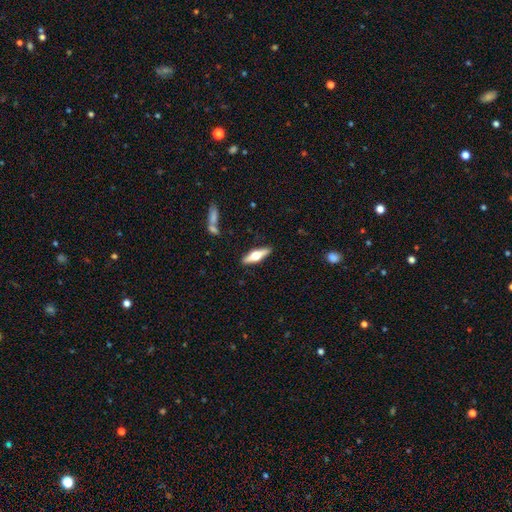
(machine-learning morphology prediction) A featured or disk galaxy (55%) viewed edge-on (93%) with a rounded central bulge (95%).

Vote fractions:
- Smooth or featured? featured or disk: 55% / smooth: 39% / star or artifact: 6%
- Edge-on disk? yes: 93% / no: 7%
- Edge-on bulge? rounded: 95% / boxy: 3% / none: 2%
- Merging? none: 88% / minor disturbance: 8% / major disturbance: 2% / merger: 2%